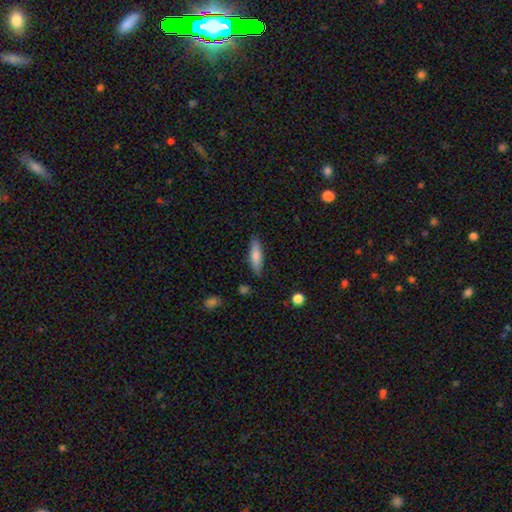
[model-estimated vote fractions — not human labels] A smooth galaxy with no disk features (80%) that is cigar-shaped (60%). Merging: none (84%).